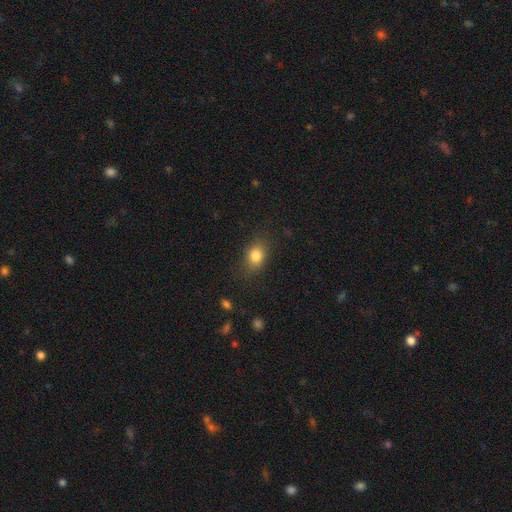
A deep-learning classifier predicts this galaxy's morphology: Overall: smooth (82%). How rounded: in between (61%; round 37%). Merging: none (77%).